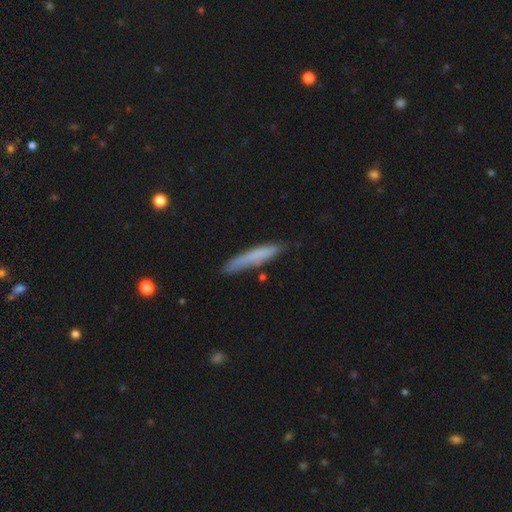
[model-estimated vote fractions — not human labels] Smooth or featured? smooth (71%)
How rounded? cigar-shaped (93%)
Merging? none (77%)